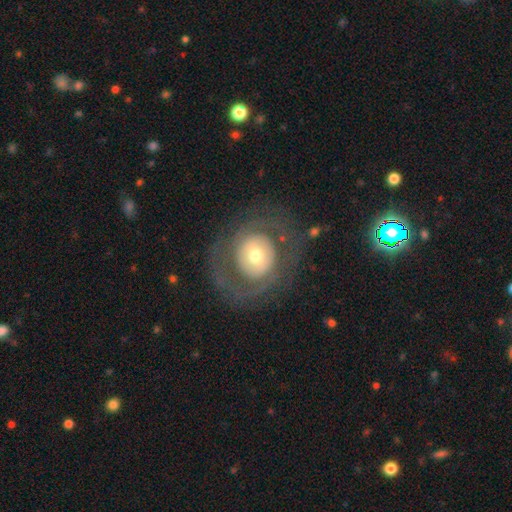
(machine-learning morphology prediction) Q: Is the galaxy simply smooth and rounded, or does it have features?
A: featured or disk — 60%.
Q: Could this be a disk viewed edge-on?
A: no — 96%.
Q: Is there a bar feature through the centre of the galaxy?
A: no — 76%.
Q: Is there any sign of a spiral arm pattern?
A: no — 55%.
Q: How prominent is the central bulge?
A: moderate — 59%.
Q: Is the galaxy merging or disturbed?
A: none — 71%.